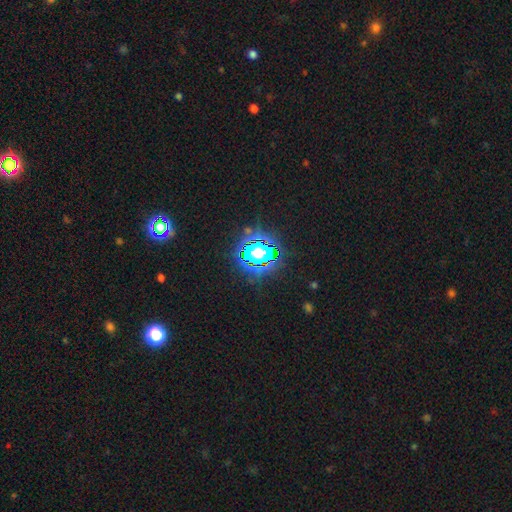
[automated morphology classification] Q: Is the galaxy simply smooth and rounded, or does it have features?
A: star or artifact — 60%.